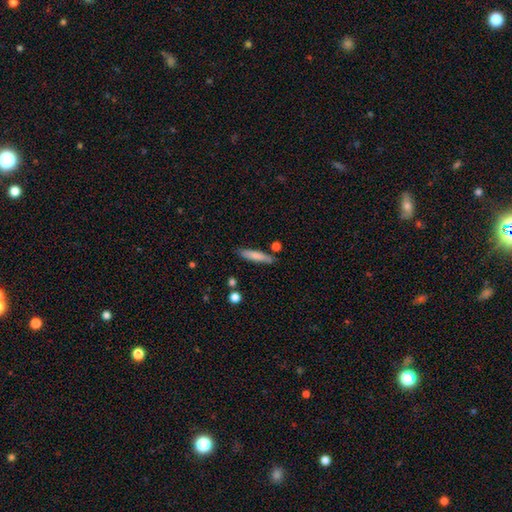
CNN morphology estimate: The model was most divided on "smooth or featured": smooth: 76%, featured or disk: 18%, star or artifact: 6%. More confident: how rounded — cigar-shaped (84%); merging — none (79%).